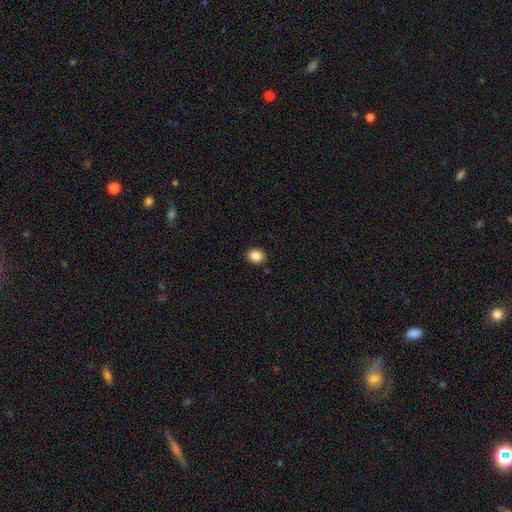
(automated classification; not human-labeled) This is clearly a smooth galaxy (86%). How rounded: possibly in between (51%). Merging: clearly none (89%).